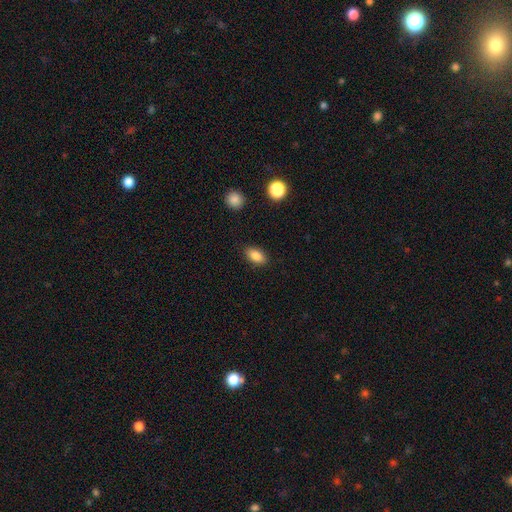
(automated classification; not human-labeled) This appears to be a smooth galaxy with no disk features (86%) that is in between round and cigar-shaped (89%). Merging: none (88%).